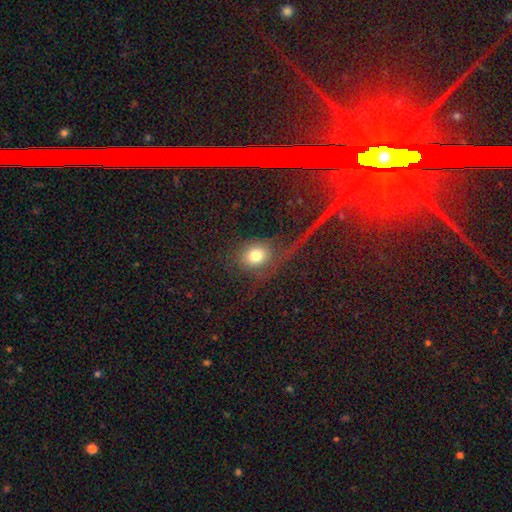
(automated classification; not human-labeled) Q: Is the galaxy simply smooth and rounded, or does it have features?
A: smooth — 73%.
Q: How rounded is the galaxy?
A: round — 56%.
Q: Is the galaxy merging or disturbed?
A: none — 49%.